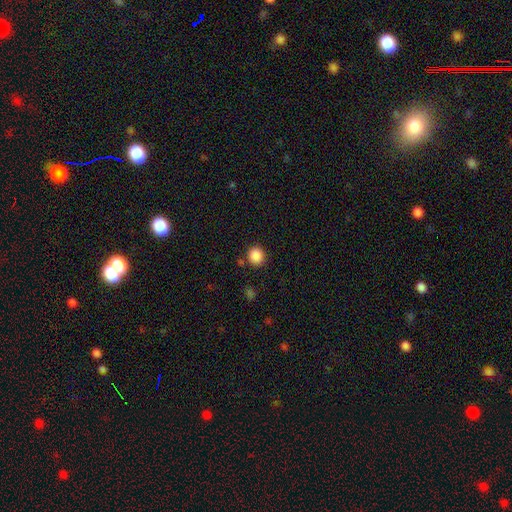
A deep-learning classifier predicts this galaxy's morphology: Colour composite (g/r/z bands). It shows a smooth galaxy with no disk features (87%) that is round (89%). Merging: none (87%).